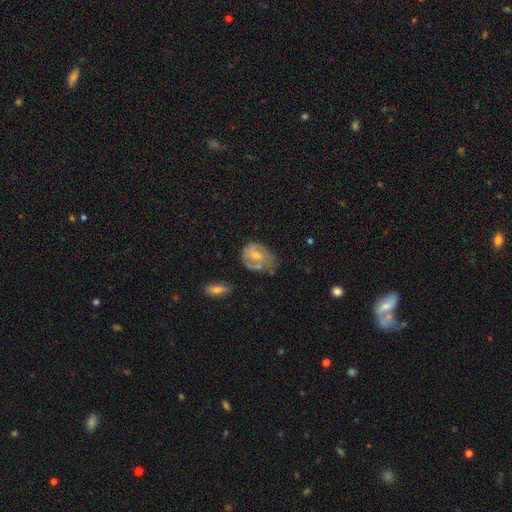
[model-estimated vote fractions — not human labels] This appears to be a featured or disk galaxy (55%) with no bar (55%), spiral arms (64%) and a small central bulge (48%). Merging: none (45%).